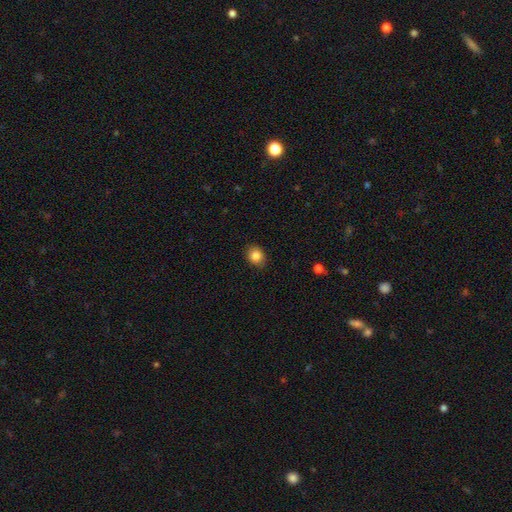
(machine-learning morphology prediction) smooth-or-featured: smooth: 85% | star or artifact: 10% | featured or disk: 5%
  how-rounded: round: 63% | in between: 36% | cigar-shaped: 1%
  merging: none: 87% | minor disturbance: 10% | major disturbance: 2% | merger: 1%